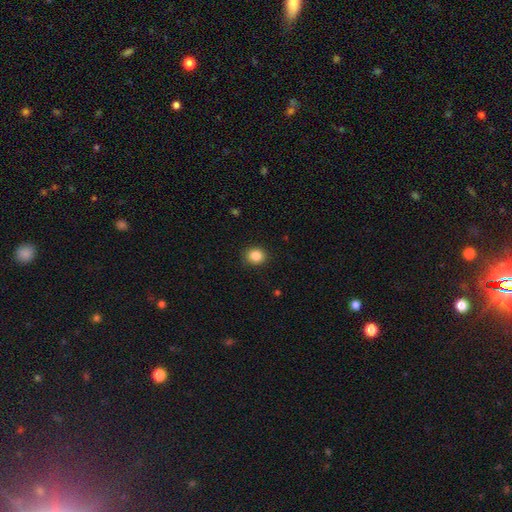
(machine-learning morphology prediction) Smooth or featured?
  - smooth: 86% *
  - star or artifact: 10%
  - featured or disk: 4%
How rounded?
  - round: 75% *
  - in between: 25%
  - cigar-shaped: 1%
Merging?
  - none: 88% *
  - minor disturbance: 8%
  - major disturbance: 2%
  - merger: 1%